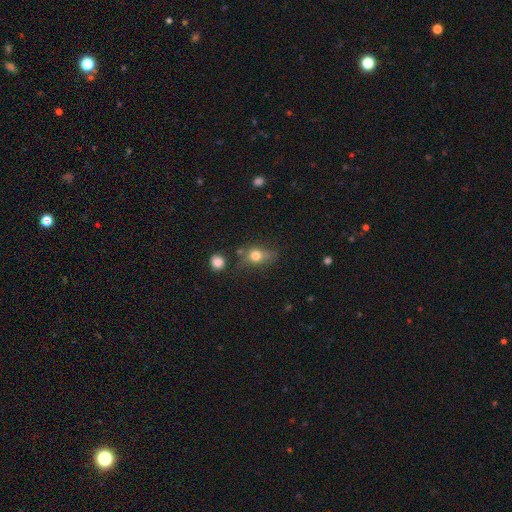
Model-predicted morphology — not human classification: Smooth or featured? Predicted: smooth (p=0.74). How rounded? Predicted: round (p=0.51). Merging? Predicted: none (p=0.54).